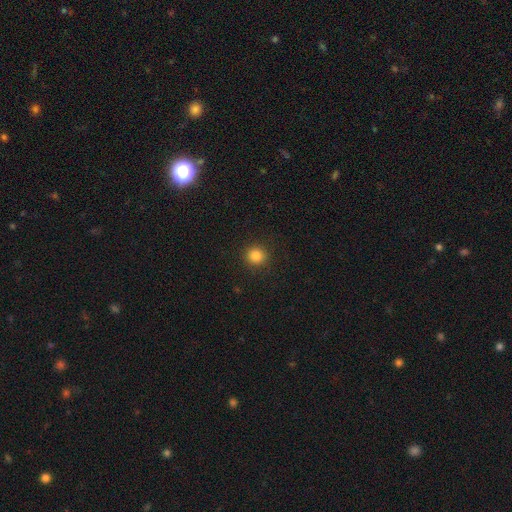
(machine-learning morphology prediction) Smooth or featured? Predicted: smooth (p=0.84). How rounded? Predicted: round (p=0.92). Merging? Predicted: none (p=0.91).